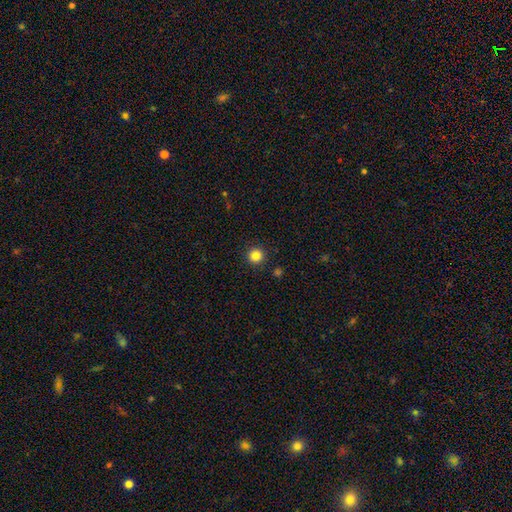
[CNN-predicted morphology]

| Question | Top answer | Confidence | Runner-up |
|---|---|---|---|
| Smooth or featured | smooth | 84% | star or artifact (12%) |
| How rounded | round | 95% | in between (4%) |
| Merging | none | 92% | minor disturbance (5%) |